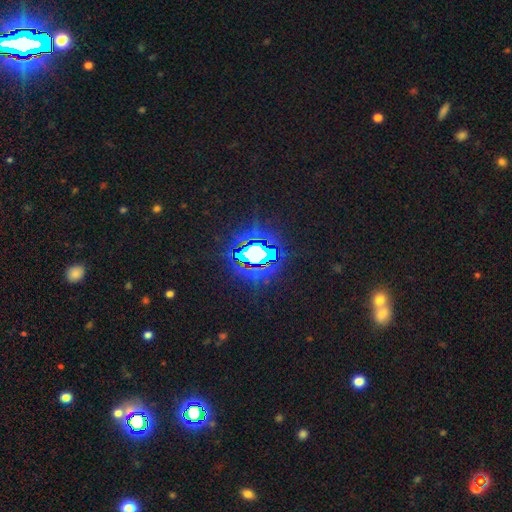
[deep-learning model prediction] Smooth or featured? star or artifact (74%)